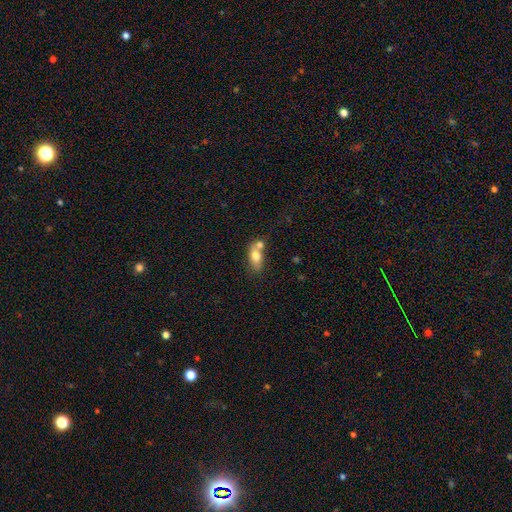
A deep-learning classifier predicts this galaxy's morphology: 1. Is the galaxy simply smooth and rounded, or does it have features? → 72% smooth, 20% featured or disk, 8% star or artifact.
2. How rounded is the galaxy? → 80% in between, 11% cigar-shaped, 9% round.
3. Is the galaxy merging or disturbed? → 42% merger, 40% none, 13% minor disturbance, 5% major disturbance.